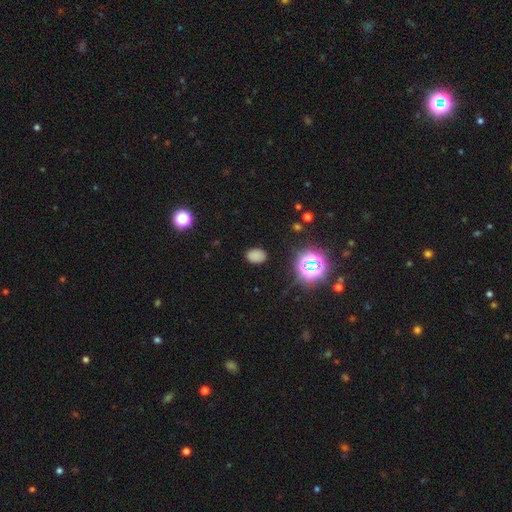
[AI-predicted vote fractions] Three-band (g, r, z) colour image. It shows a smooth galaxy with no disk features (71%) that is in between round and cigar-shaped (77%). Merging: none (84%).